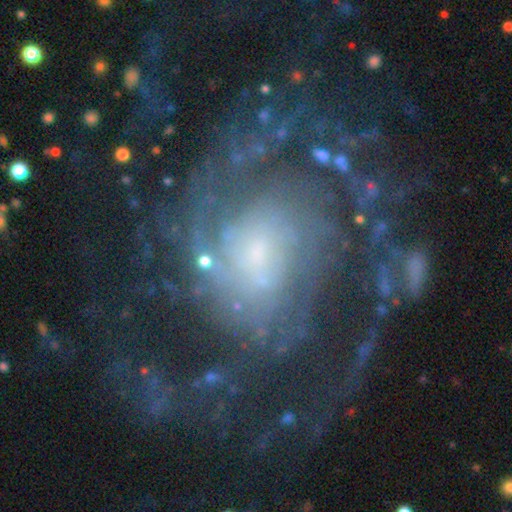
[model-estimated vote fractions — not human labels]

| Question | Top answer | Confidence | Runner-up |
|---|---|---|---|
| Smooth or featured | featured or disk | 86% | star or artifact (7%) |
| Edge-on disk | no | 98% | yes (2%) |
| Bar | no | 62% | weak (30%) |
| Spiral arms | yes | 94% | no (6%) |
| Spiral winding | tight | 43% | medium (39%) |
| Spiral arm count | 2 | 29% | can't tell (26%) |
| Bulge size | small | 51% | moderate (31%) |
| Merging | none | 62% | major disturbance (20%) |